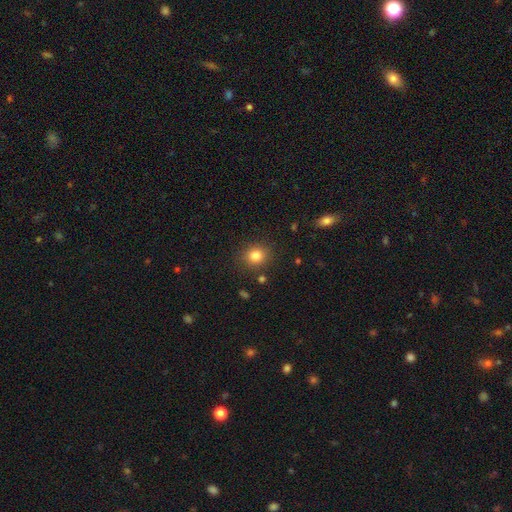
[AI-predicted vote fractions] Smooth or featured? smooth (82%)
How rounded? round (81%)
Merging? none (87%)